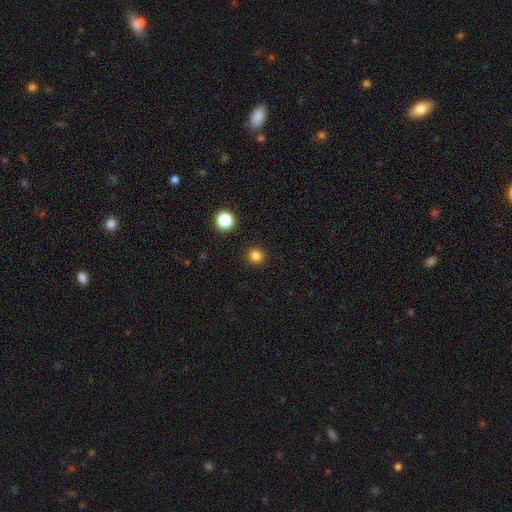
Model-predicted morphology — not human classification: type=smooth (81%); roundness=round (93%); merging=none (92%).